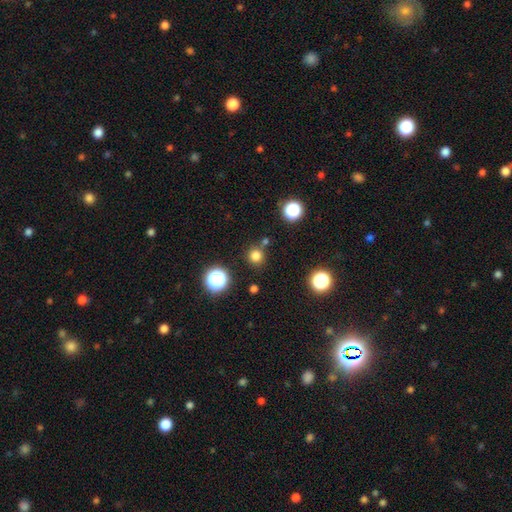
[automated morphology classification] Smooth or featured? Predicted: smooth (p=0.76). How rounded? Predicted: round (p=0.93). Merging? Predicted: none (p=0.79).